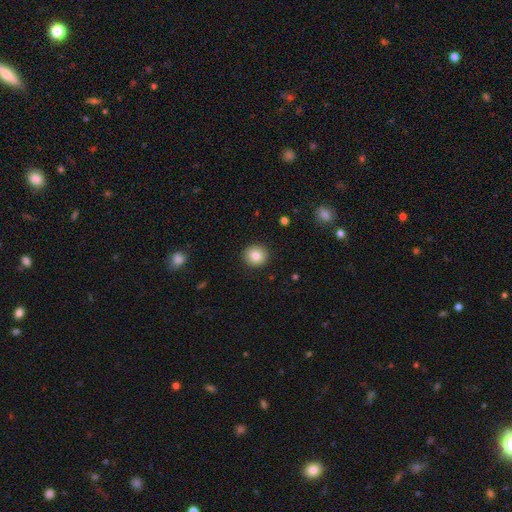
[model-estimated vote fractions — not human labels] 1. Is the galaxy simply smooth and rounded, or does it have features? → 84% smooth, 9% star or artifact, 7% featured or disk.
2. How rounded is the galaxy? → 90% round, 10% in between, 1% cigar-shaped.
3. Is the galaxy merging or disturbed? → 92% none, 6% minor disturbance, 2% major disturbance, 1% merger.